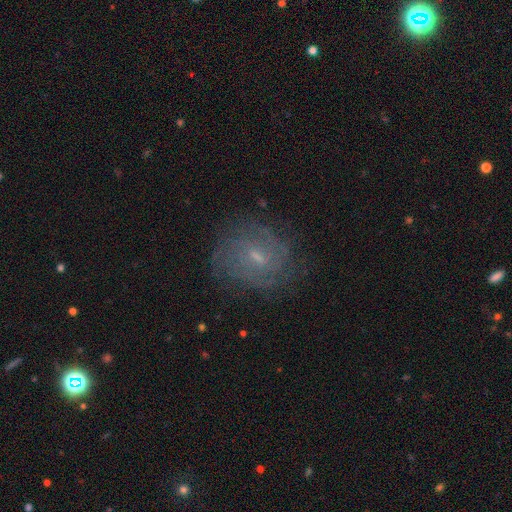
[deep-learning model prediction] This appears to be a featured or disk galaxy (59%) with no bar (57%), tight (62%) spiral arms (88%) and a small central bulge (63%). Merging: none (82%).